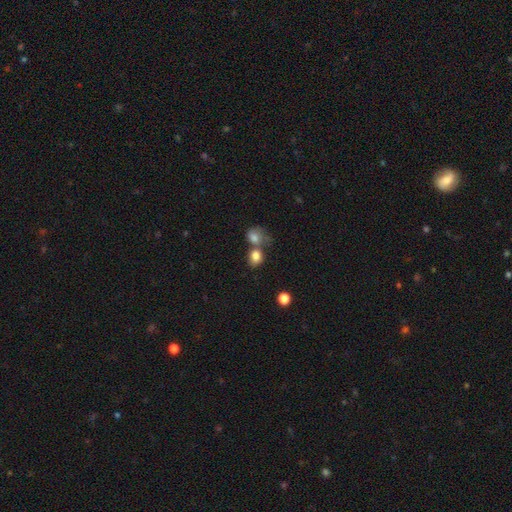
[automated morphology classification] A smooth galaxy with no disk features (82%) that is round (50%). Merging: merger (47%).